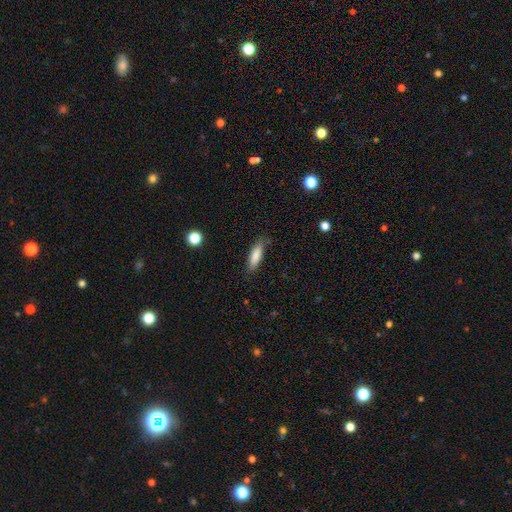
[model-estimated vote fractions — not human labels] smooth_or_featured: smooth (p=0.83) [alt: featured or disk p=0.10]
how_rounded: cigar-shaped (p=0.58) [alt: in between p=0.41]
merging: none (p=0.80) [alt: minor disturbance p=0.15]